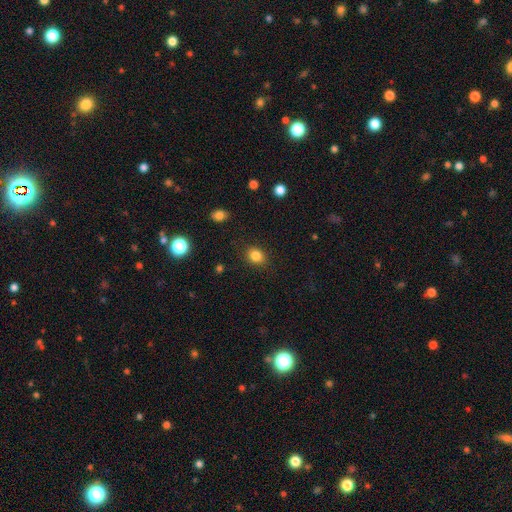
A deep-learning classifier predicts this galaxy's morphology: Smooth or featured? Predicted: smooth (p=0.84). How rounded? Predicted: in between (p=0.50). Merging? Predicted: none (p=0.87).